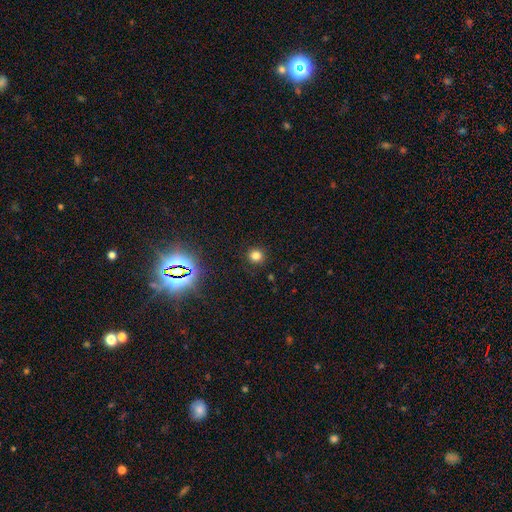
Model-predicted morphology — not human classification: Smooth or featured: smooth — 78% (star or artifact — 17%)
How rounded: round — 90% (in between — 9%)
Merging: none — 90% (minor disturbance — 7%)